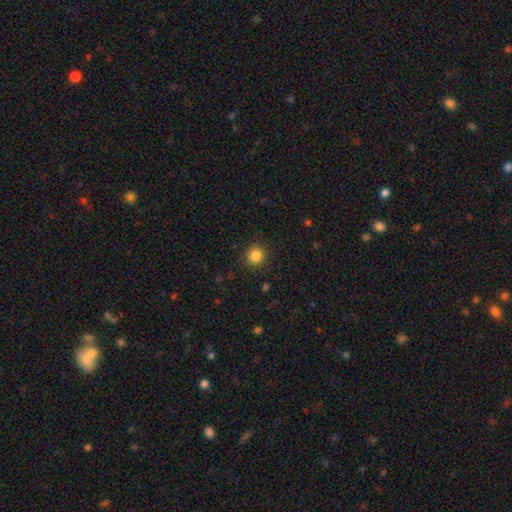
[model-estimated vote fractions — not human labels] Smooth or featured? smooth (85%)
How rounded? round (91%)
Merging? none (91%)